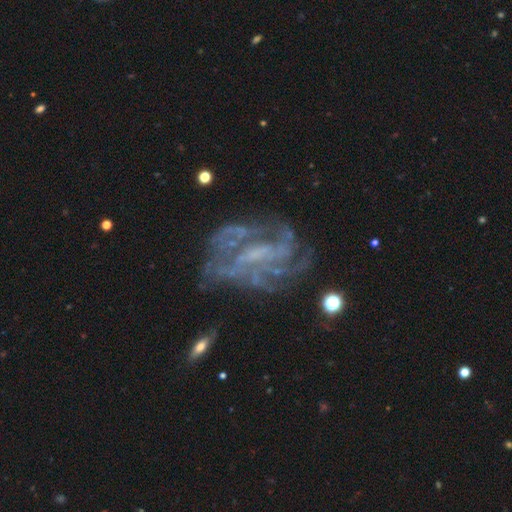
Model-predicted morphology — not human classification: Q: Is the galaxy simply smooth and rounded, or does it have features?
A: featured or disk — 79%.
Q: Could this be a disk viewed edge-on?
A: no — 97%.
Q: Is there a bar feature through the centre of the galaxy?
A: weak — 43%.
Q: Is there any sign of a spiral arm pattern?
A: yes — 83%.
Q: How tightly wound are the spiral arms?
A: medium — 41%.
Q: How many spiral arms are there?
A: can't tell — 39%.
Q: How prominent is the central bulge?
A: none — 48%.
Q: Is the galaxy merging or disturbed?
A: none — 56%.